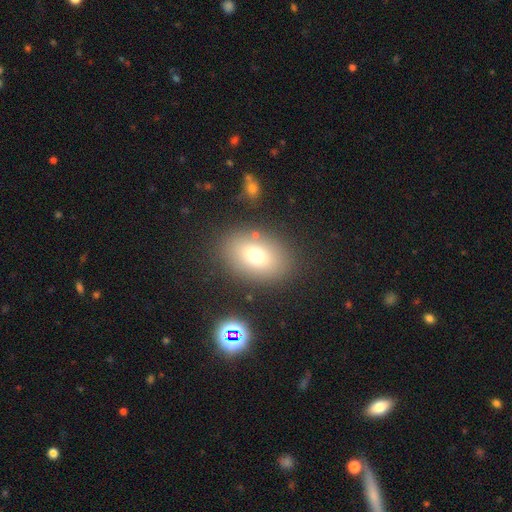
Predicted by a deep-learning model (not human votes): A smooth galaxy with no disk features (72%) that is in between round and cigar-shaped (80%). Merging: none (82%).